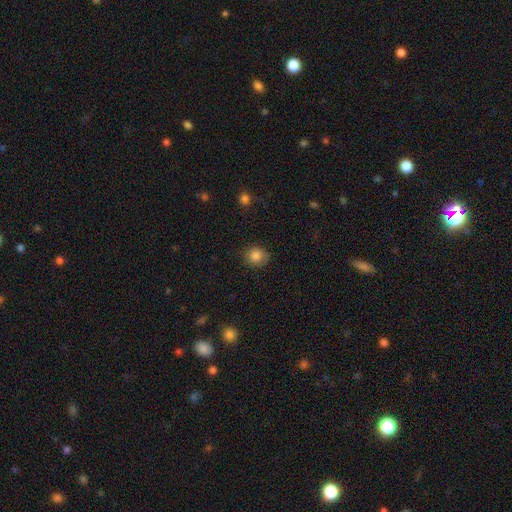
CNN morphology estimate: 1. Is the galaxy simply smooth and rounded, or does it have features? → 85% smooth, 10% star or artifact, 5% featured or disk.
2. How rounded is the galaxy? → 79% round, 20% in between, 1% cigar-shaped.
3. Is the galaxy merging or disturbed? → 82% none, 14% minor disturbance, 3% major disturbance, 1% merger.